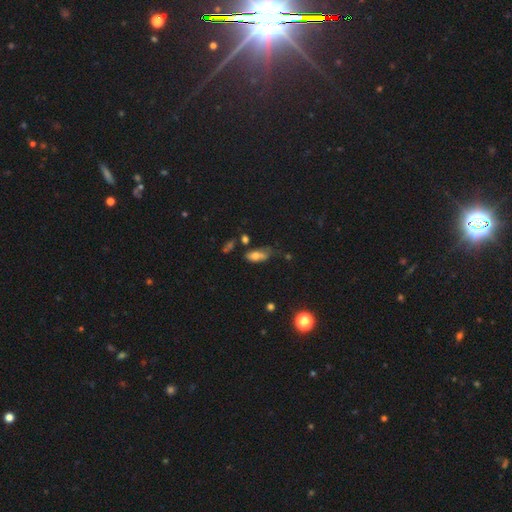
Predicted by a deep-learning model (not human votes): Smooth or featured? smooth (66%)
How rounded? in between (84%)
Merging? none (44%)